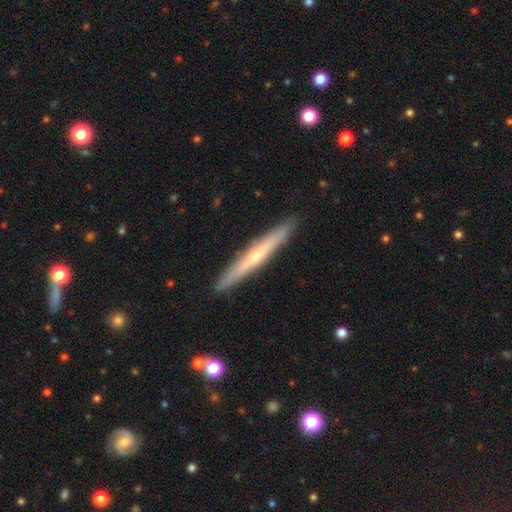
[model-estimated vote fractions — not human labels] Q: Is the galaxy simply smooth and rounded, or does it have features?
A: featured or disk — 61%.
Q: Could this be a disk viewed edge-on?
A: yes — 95%.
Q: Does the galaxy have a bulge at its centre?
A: rounded — 67%.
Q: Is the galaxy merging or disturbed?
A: none — 92%.